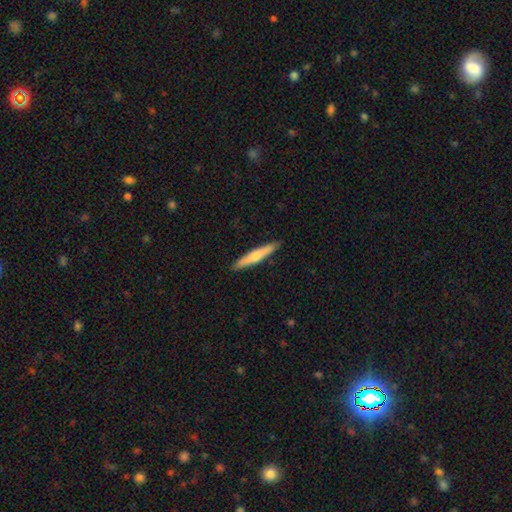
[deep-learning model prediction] Q: Smooth or featured?
A: smooth (59%); runner-up: featured or disk (36%)
Q: How rounded?
A: cigar-shaped (93%); runner-up: in between (5%)
Q: Merging?
A: none (91%); runner-up: minor disturbance (6%)